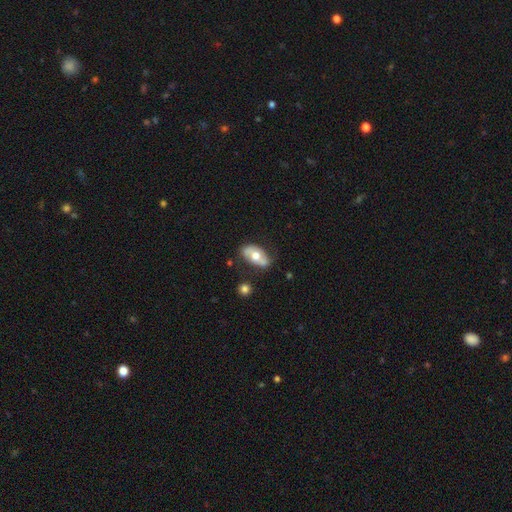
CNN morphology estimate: smooth_or_featured: smooth (p=0.47) [tied with: featured or disk p=0.47]
merging: none (p=0.69) [alt: minor disturbance p=0.21]